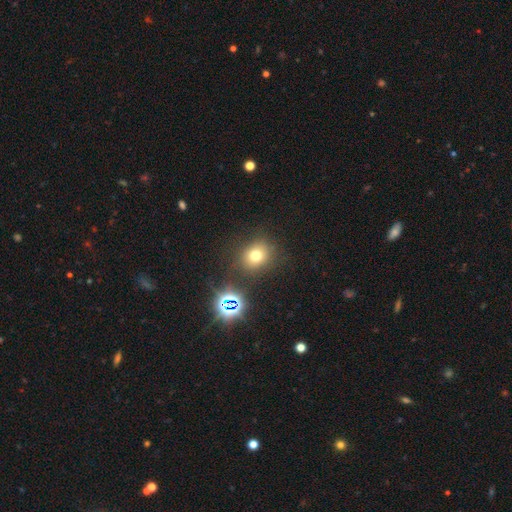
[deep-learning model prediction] smooth_or_featured: smooth (p=0.68) [alt: star or artifact p=0.22]
how_rounded: round (p=0.71) [alt: in between p=0.28]
merging: none (p=0.82) [alt: minor disturbance p=0.10]